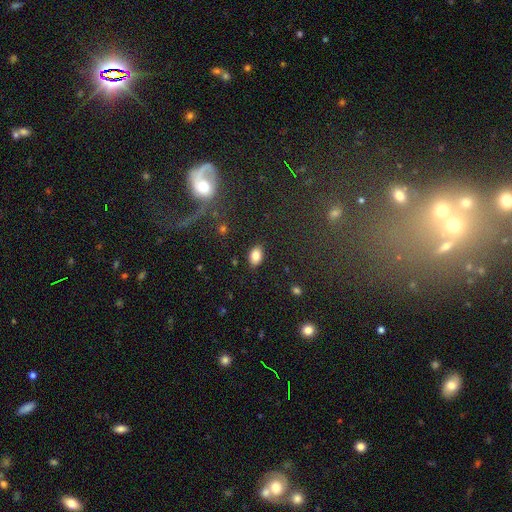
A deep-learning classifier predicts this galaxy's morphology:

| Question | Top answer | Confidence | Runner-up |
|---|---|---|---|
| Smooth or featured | smooth | 83% | star or artifact (9%) |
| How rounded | in between | 89% | round (10%) |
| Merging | none | 87% | minor disturbance (9%) |